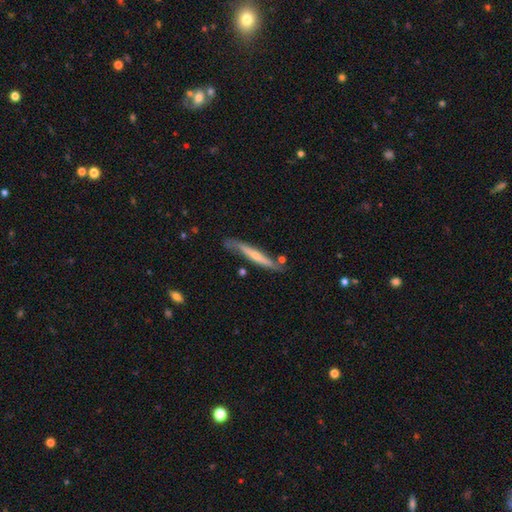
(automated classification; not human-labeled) Smooth or featured: featured or disk — 52% (smooth — 42%)
Edge-on disk: yes — 90% (no — 10%)
Merging: none — 70% (minor disturbance — 21%)